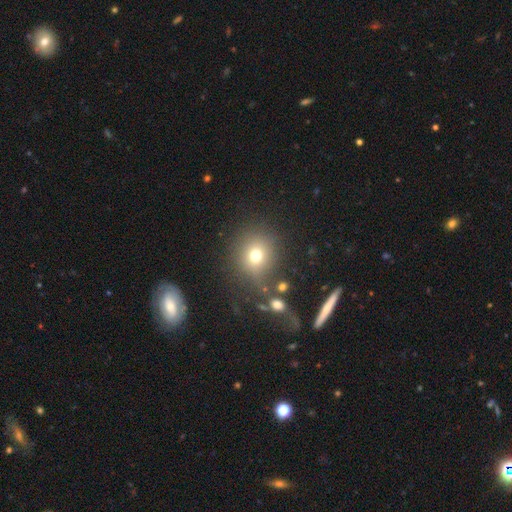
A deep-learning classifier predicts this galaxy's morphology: type=smooth (72%); roundness=round (84%); merging=none (73%).